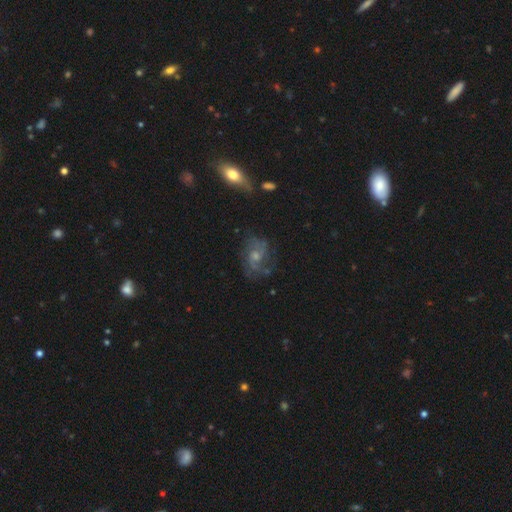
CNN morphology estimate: featured or disk 68%, smooth 17%, star or artifact 15%. Down the decision tree: edge-on disk — no (96%); bar — no (66%); spiral arms — yes (86%); spiral arm count — 2 (40%); spiral winding — medium (45%); bulge size — moderate (48%); merging — none (67%).